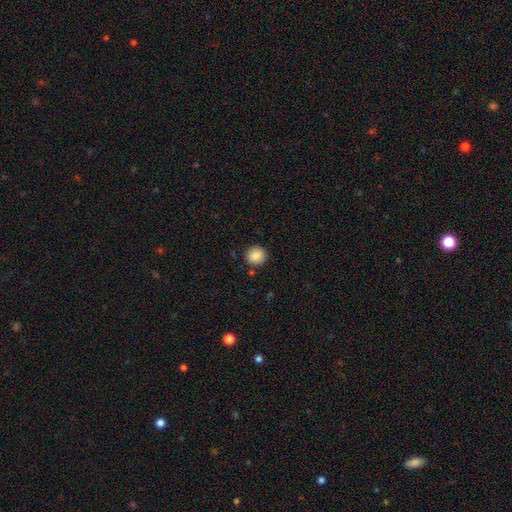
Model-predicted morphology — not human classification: Overall: smooth (88%). How rounded: round (92%). Merging: none (89%).